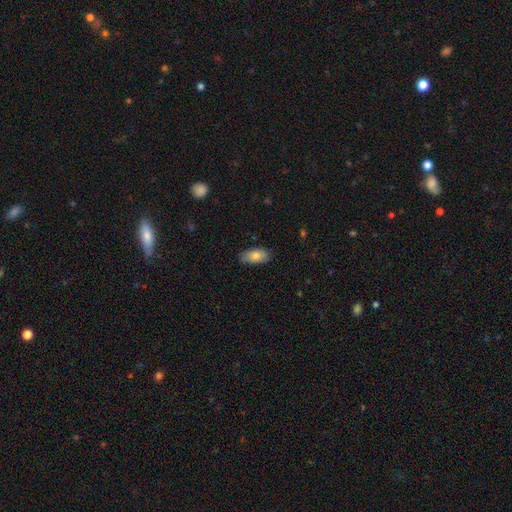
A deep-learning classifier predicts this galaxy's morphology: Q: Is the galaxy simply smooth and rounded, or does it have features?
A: smooth — 81%.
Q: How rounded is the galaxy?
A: in between — 92%.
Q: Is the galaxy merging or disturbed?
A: none — 81%.